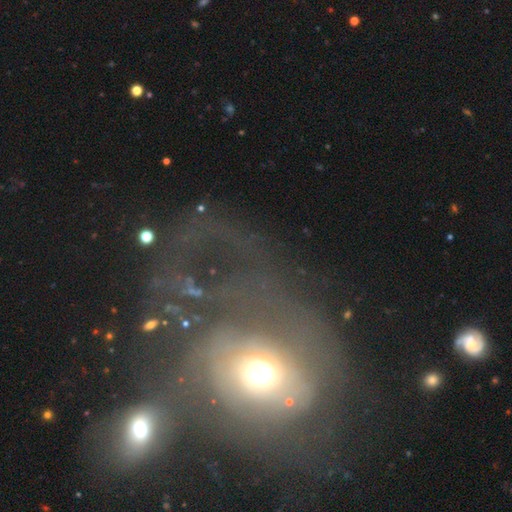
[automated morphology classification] This is possibly a featured or disk galaxy (48%). Merging: possibly major disturbance (46%).